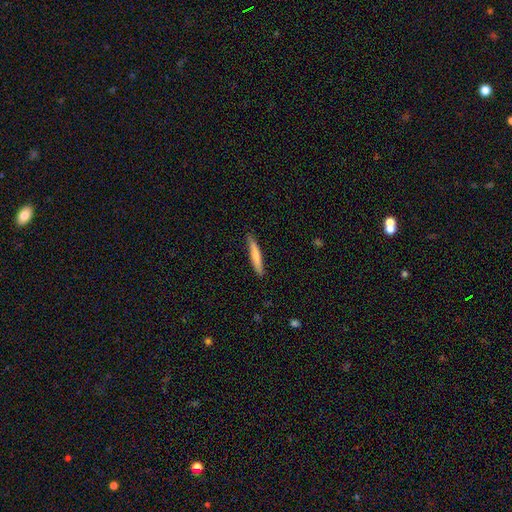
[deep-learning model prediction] This appears to be a smooth galaxy with no disk features (74%) that is cigar-shaped (93%). Merging: none (86%).